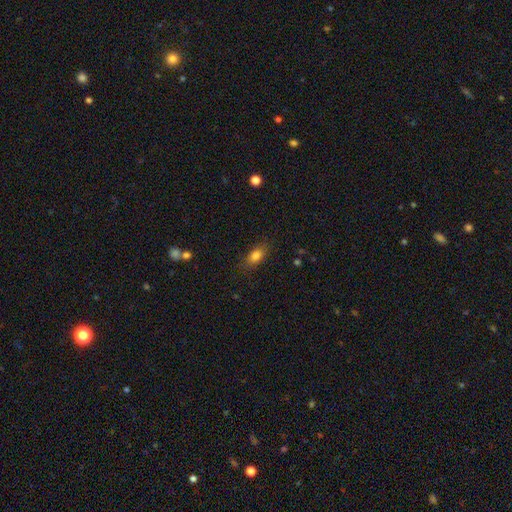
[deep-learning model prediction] A smooth galaxy with no disk features (80%) that is in between round and cigar-shaped (80%).

Vote fractions:
- Smooth or featured? smooth: 80% / featured or disk: 10% / star or artifact: 10%
- How rounded? in between: 80% / round: 10% / cigar-shaped: 10%
- Merging? none: 82% / minor disturbance: 13% / major disturbance: 4% / merger: 1%